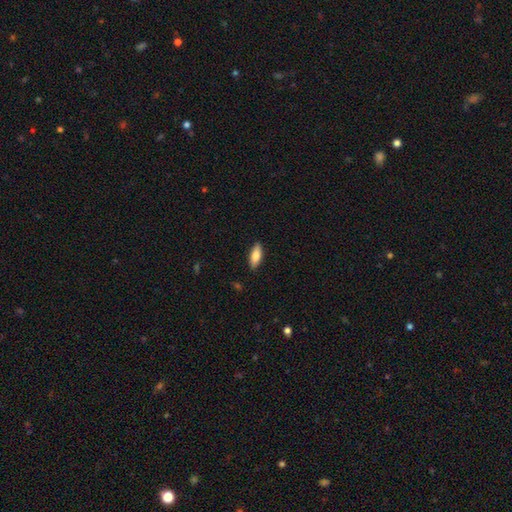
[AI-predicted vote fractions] This appears to be a smooth galaxy with no disk features (79%) that is in between round and cigar-shaped (68%). Merging: none (88%).